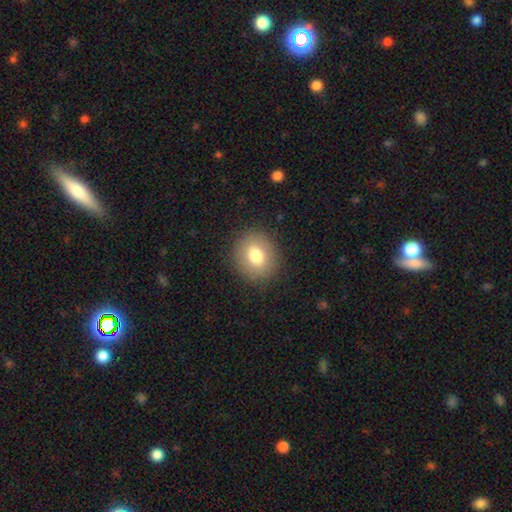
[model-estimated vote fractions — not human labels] Morphology: type=smooth (77%); roundness=round (74%); merging=none (88%).